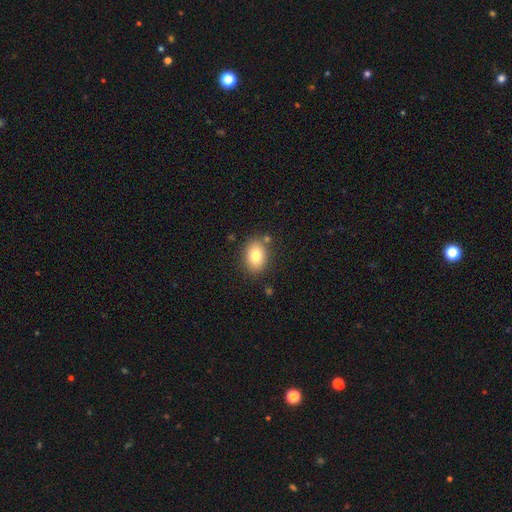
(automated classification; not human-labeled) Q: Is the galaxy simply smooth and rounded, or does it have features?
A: smooth — 80%.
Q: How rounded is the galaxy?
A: in between — 75%.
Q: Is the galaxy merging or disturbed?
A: none — 82%.